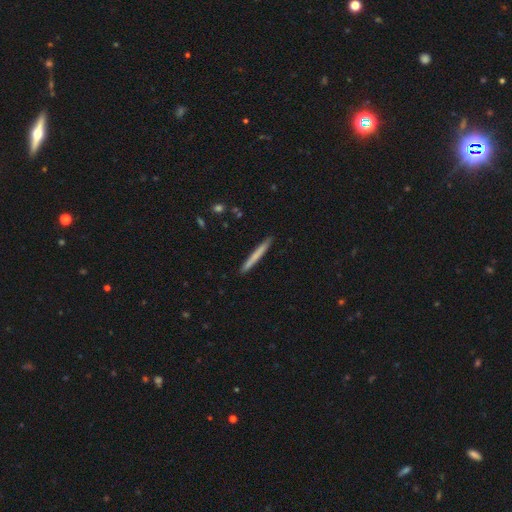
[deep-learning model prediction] Smooth or featured: smooth — 67% (featured or disk — 27%)
How rounded: cigar-shaped — 97% (in between — 2%)
Merging: none — 91% (minor disturbance — 6%)